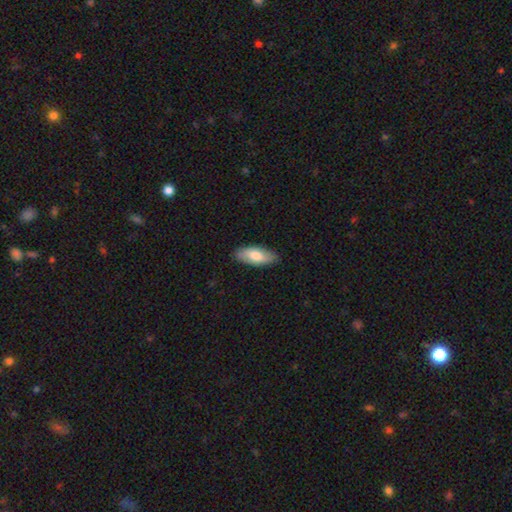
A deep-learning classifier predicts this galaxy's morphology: Overall: smooth (71%). How rounded: in between (83%). Merging: none (87%).